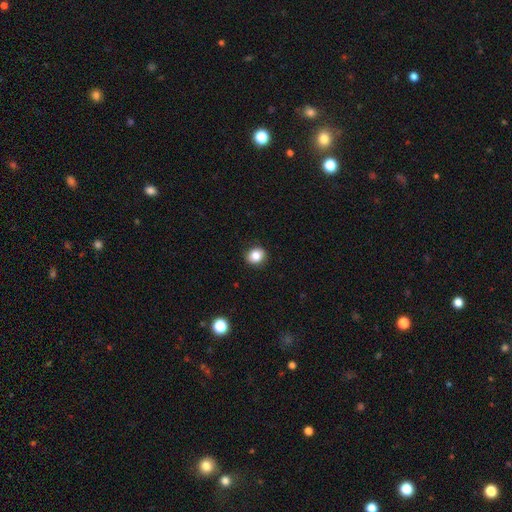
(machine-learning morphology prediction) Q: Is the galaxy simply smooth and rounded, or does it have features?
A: smooth — 83%.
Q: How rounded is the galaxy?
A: round — 70%.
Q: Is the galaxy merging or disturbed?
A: none — 89%.